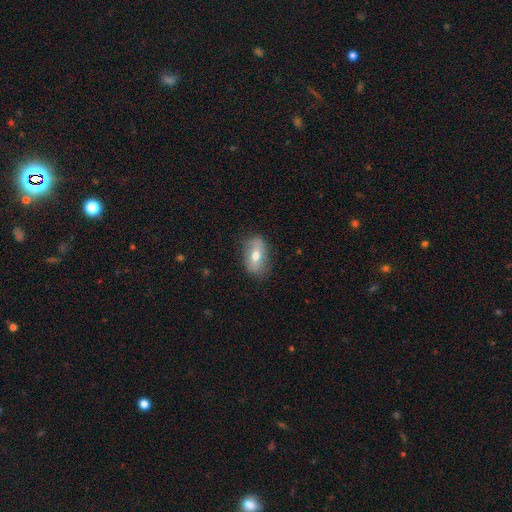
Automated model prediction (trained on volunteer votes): smooth-or-featured: smooth: 57% | featured or disk: 36% | star or artifact: 7%
  how-rounded: in between: 87% | round: 10% | cigar-shaped: 3%
  merging: none: 80% | minor disturbance: 15% | major disturbance: 4% | merger: 1%